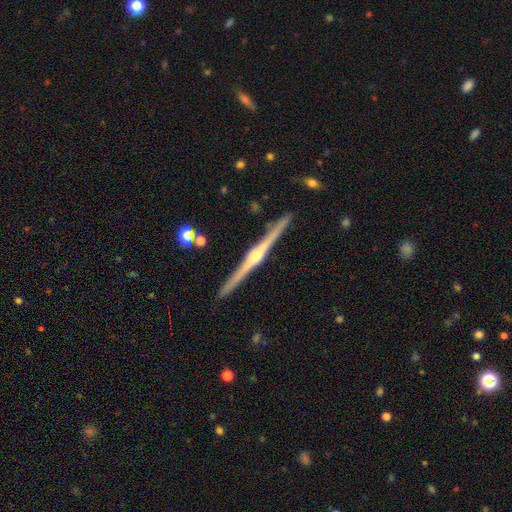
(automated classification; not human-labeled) A featured or disk galaxy (87%) viewed edge-on (99%) with a rounded central bulge (89%).

Vote fractions:
- Smooth or featured? featured or disk: 87% / smooth: 8% / star or artifact: 5%
- Edge-on disk? yes: 99% / no: 1%
- Edge-on bulge? rounded: 89% / none: 6% / boxy: 5%
- Merging? none: 92% / minor disturbance: 6% / merger: 1% / major disturbance: 1%